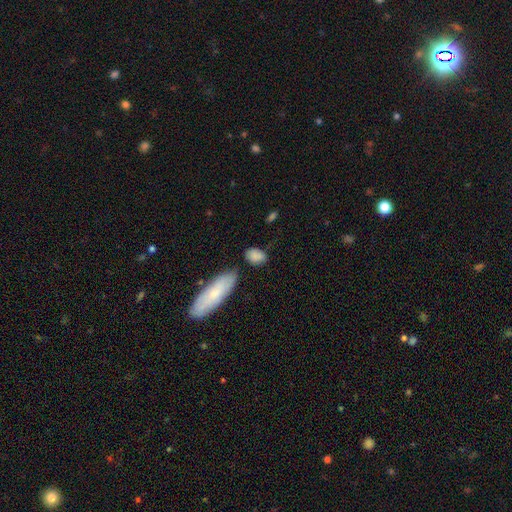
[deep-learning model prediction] smooth 83%, featured or disk 9%, star or artifact 8%. Down the decision tree: how rounded — in between (84%); merging — none (64%).